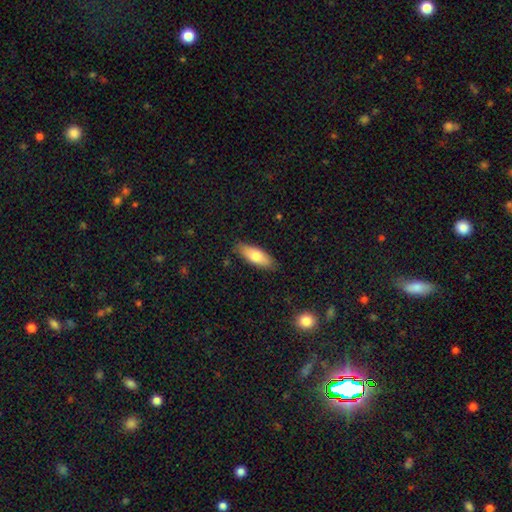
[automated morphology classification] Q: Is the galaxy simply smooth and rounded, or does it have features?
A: smooth — 72%.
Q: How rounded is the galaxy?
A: in between — 66%.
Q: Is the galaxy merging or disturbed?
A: none — 86%.